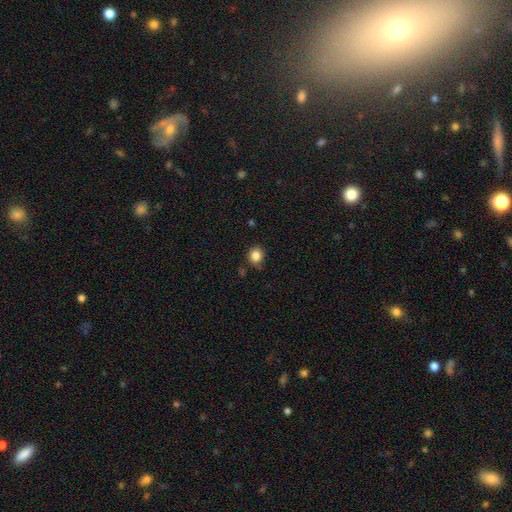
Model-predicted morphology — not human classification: Q: Smooth or featured?
A: smooth (84%); runner-up: star or artifact (11%)
Q: How rounded?
A: round (85%); runner-up: in between (14%)
Q: Merging?
A: none (80%); runner-up: minor disturbance (15%)